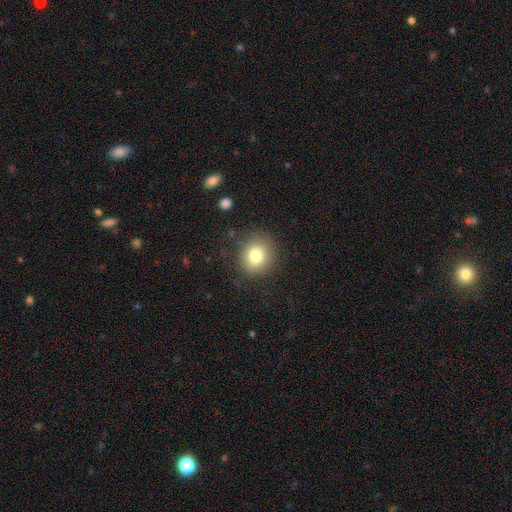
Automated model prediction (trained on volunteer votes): This appears to be a smooth galaxy with no disk features (79%) that is round (81%). Merging: none (83%).